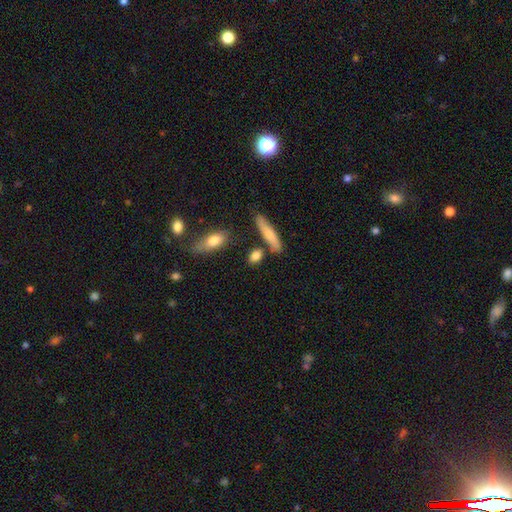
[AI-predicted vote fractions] This appears to be a smooth galaxy with no disk features (80%) that is in between round and cigar-shaped (56%). Merging: none (72%).